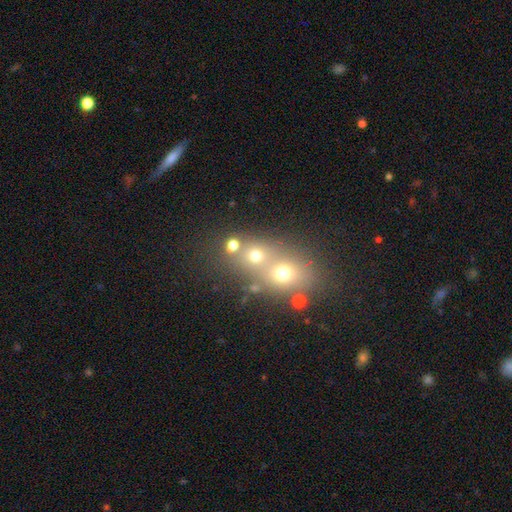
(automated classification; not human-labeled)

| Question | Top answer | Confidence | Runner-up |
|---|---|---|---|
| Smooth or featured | smooth | 65% | star or artifact (20%) |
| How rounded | round | 69% | in between (29%) |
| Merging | merger | 49% | none (41%) |